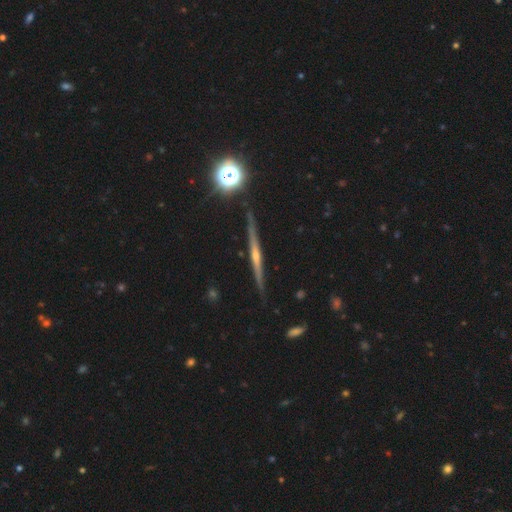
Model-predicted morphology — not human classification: The model was most divided on "edge-on bulge": rounded: 78%, none: 16%, boxy: 6%. More confident: edge-on disk — yes (98%); merging — none (91%); smooth or featured — featured or disk (81%).